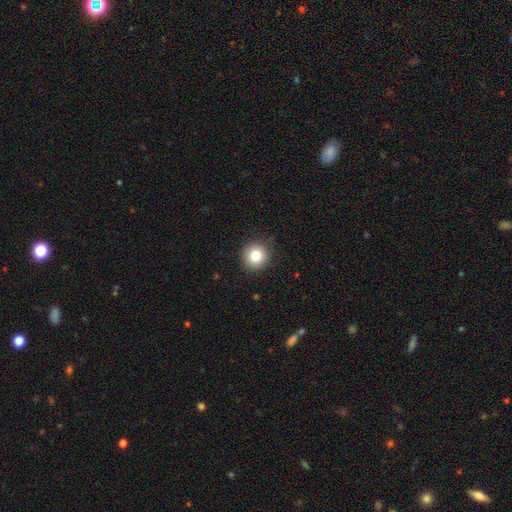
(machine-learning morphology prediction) A smooth galaxy with no disk features (80%) that is round (95%). Merging: none (91%).